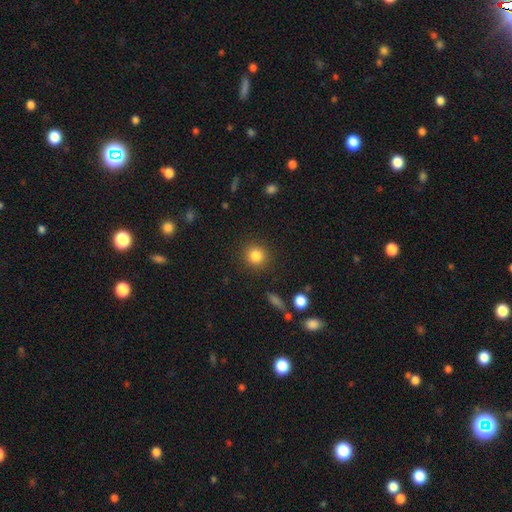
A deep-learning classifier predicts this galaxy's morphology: Smooth or featured? Predicted: smooth (p=0.84). How rounded? Predicted: round (p=0.92). Merging? Predicted: none (p=0.90).